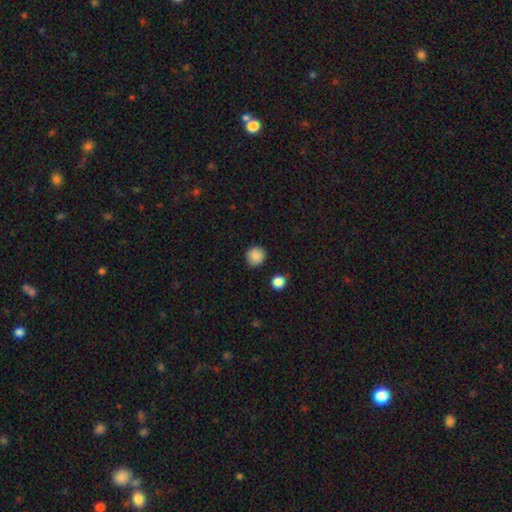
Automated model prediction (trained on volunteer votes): Q: Smooth or featured?
A: smooth (88%); runner-up: star or artifact (9%)
Q: How rounded?
A: round (92%); runner-up: in between (7%)
Q: Merging?
A: none (89%); runner-up: minor disturbance (7%)